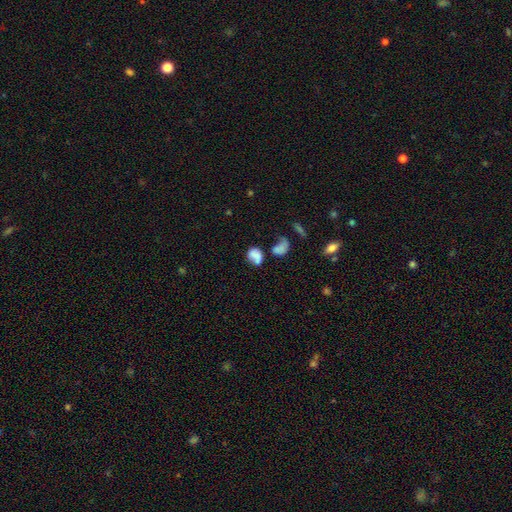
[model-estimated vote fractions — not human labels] Smooth or featured? smooth (67%)
How rounded? in between (61%)
Merging? merger (34%)